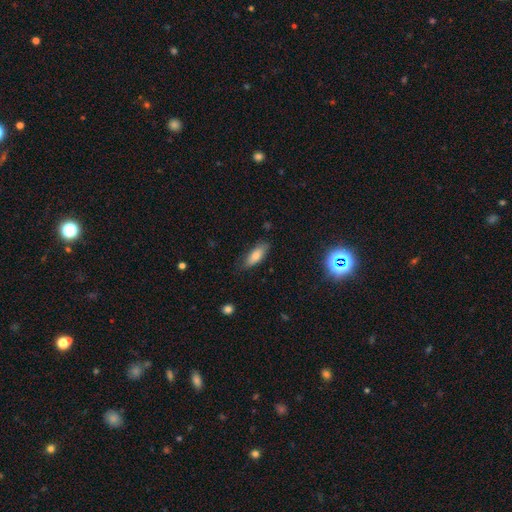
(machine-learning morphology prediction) A smooth galaxy with no disk features (79%) that is in between round and cigar-shaped (71%). Merging: none (76%).